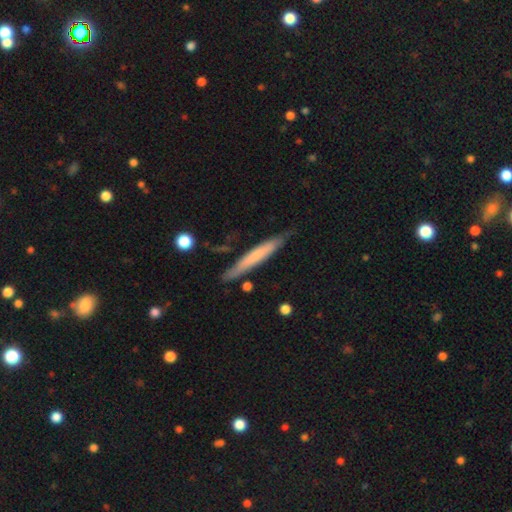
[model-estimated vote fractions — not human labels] Smooth or featured: smooth — 60% (featured or disk — 35%)
How rounded: cigar-shaped — 94% (in between — 4%)
Merging: none — 79% (minor disturbance — 16%)